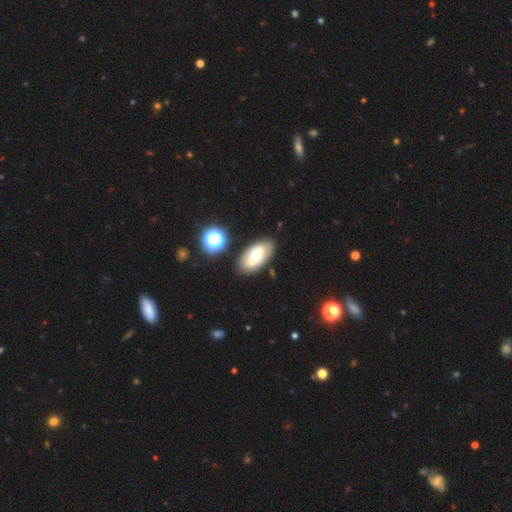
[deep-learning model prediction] The model was most divided on "smooth or featured": featured or disk: 47%, smooth: 44%, star or artifact: 9%. More confident: merging — none (81%).